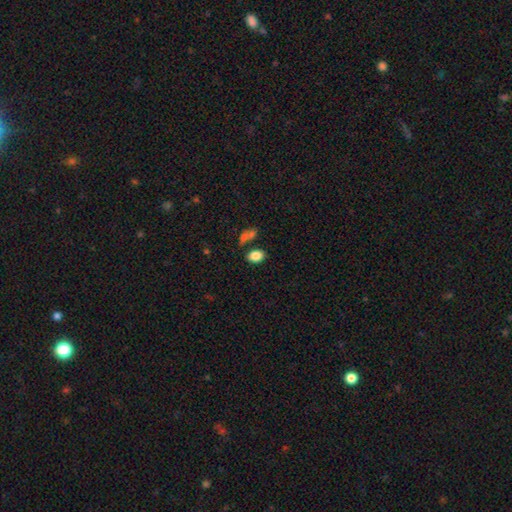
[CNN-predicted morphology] smooth_or_featured: smooth (p=0.85) [alt: star or artifact p=0.09]
how_rounded: in between (p=0.82) [alt: round p=0.17]
merging: none (p=0.71) [alt: merger p=0.14]